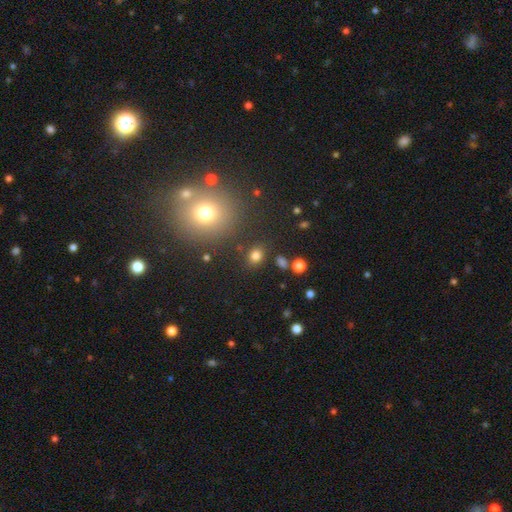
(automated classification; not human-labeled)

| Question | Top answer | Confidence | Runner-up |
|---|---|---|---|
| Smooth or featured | smooth | 79% | star or artifact (15%) |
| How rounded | round | 54% | in between (45%) |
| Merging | none | 83% | minor disturbance (9%) |